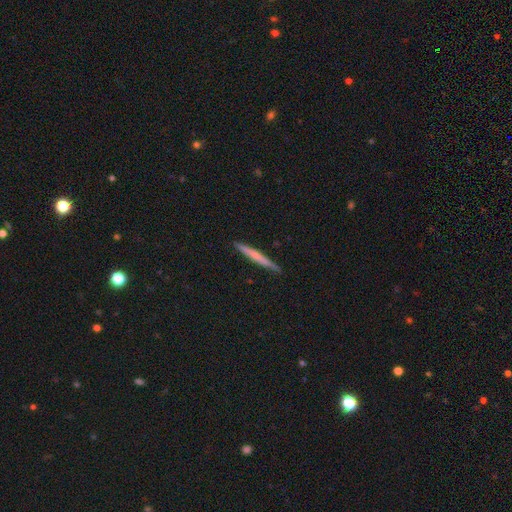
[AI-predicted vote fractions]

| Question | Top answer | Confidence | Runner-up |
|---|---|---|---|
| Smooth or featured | smooth | 49% | featured or disk (46%) |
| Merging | none | 91% | minor disturbance (7%) |